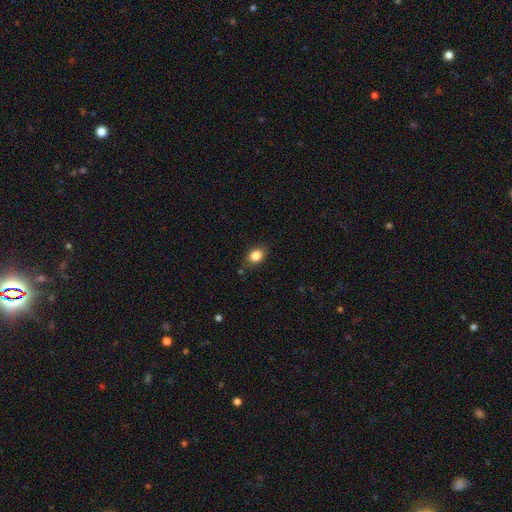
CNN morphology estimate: A smooth galaxy with no disk features (84%) that is in between round and cigar-shaped (67%). Merging: none (78%).